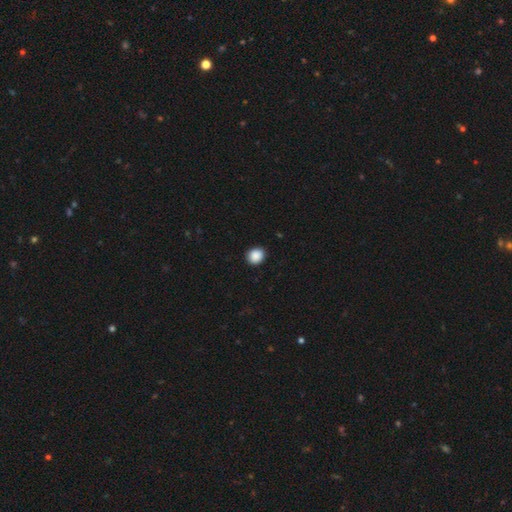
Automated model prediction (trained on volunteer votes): This is clearly a smooth galaxy (89%). How rounded: likely round (70%). Merging: clearly none (90%).